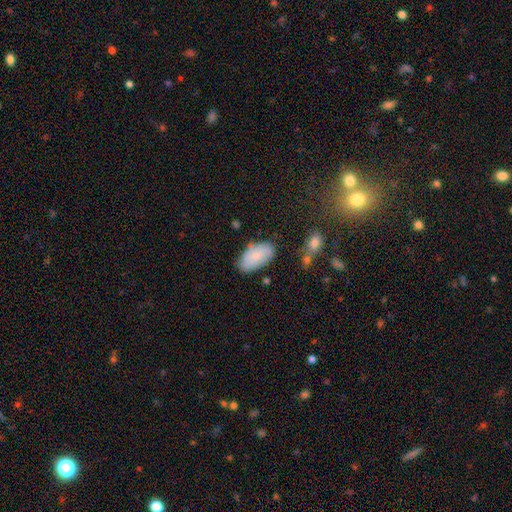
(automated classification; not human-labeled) A smooth galaxy with no disk features (76%) that is in between round and cigar-shaped (94%). Merging: none (69%).